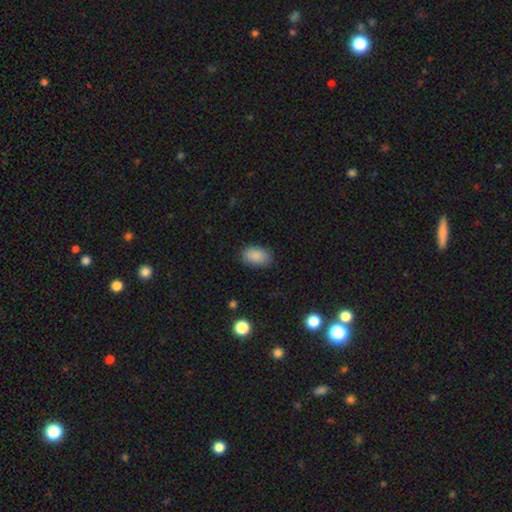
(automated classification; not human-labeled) This is clearly a smooth galaxy (88%). How rounded: clearly in between (90%). Merging: clearly none (85%).